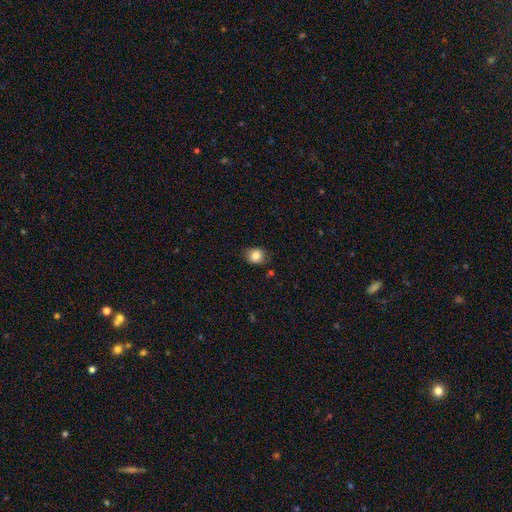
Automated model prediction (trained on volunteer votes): This appears to be a smooth galaxy with no disk features (83%) that is round (57%). Merging: none (76%).